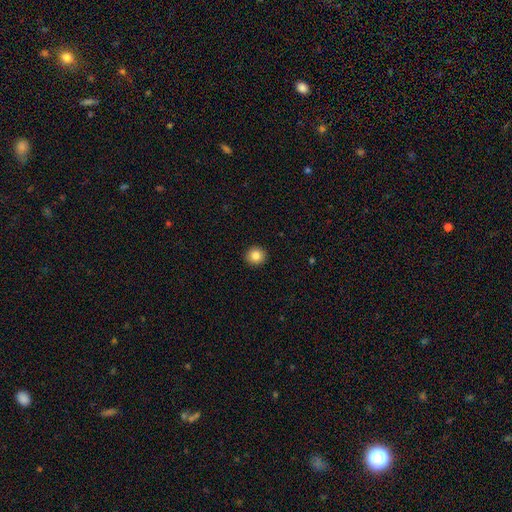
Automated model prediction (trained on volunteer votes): Smooth or featured? smooth (84%)
How rounded? round (90%)
Merging? none (93%)